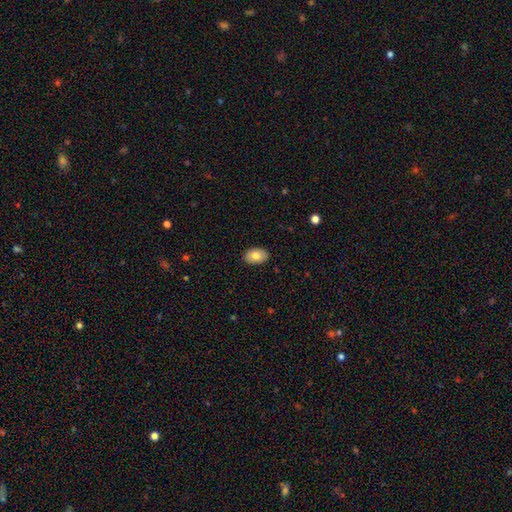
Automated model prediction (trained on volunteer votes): smooth-or-featured: smooth: 80% | featured or disk: 13% | star or artifact: 7%
  how-rounded: in between: 89% | round: 10% | cigar-shaped: 1%
  merging: none: 88% | minor disturbance: 9% | major disturbance: 2% | merger: 1%